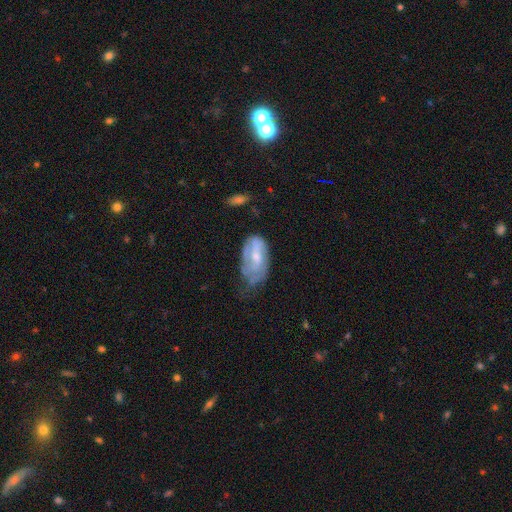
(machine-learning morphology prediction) A featured or disk galaxy (56%) with no bar (52%), spiral arms (59%) and a moderate central bulge (50%).

Vote fractions:
- Smooth or featured? featured or disk: 56% / smooth: 37% / star or artifact: 7%
- Edge-on disk? no: 93% / yes: 7%
- Bar? no: 52% / weak: 38% / strong: 10%
- Spiral arms? yes: 59% / no: 41%
- Bulge size? moderate: 50% / small: 40% / none: 5% / large: 4% / dominant: 1%
- Merging? none: 38% / minor disturbance: 37% / major disturbance: 22% / merger: 3%